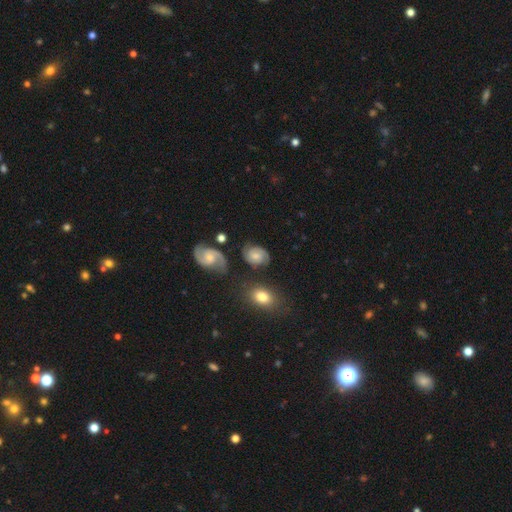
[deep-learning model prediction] The model was most divided on "bulge size": small: 48%, moderate: 37%, none: 9%, large: 5%, dominant: 2%. More confident: edge-on disk — no (96%); spiral arms — yes (91%); merging — none (68%); bar — no (57%); smooth or featured — featured or disk (53%).